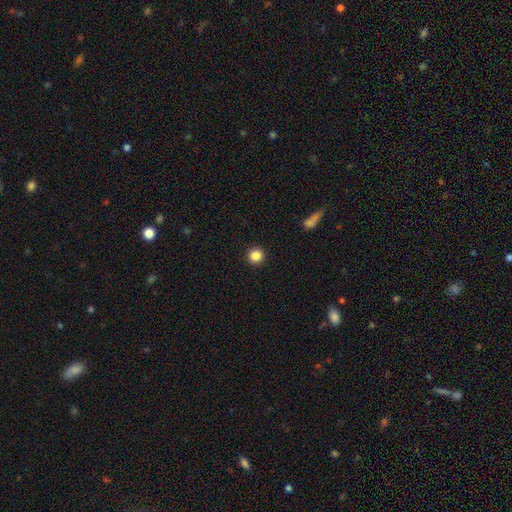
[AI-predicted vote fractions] Smooth or featured? Predicted: smooth (p=0.86). How rounded? Predicted: round (p=0.95). Merging? Predicted: none (p=0.93).